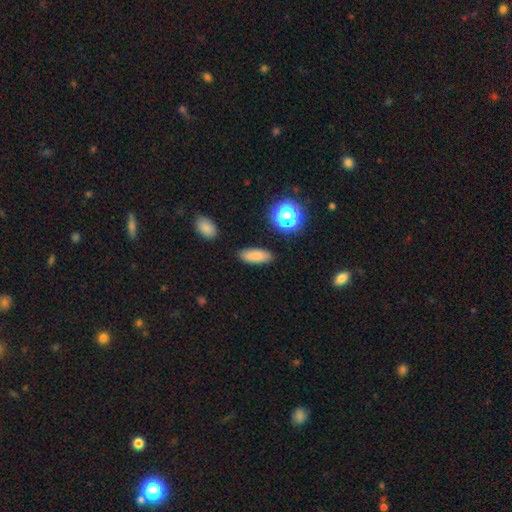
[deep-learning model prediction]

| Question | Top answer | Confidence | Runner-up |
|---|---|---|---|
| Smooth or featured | smooth | 82% | star or artifact (11%) |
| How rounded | in between | 70% | cigar-shaped (25%) |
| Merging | none | 86% | minor disturbance (9%) |